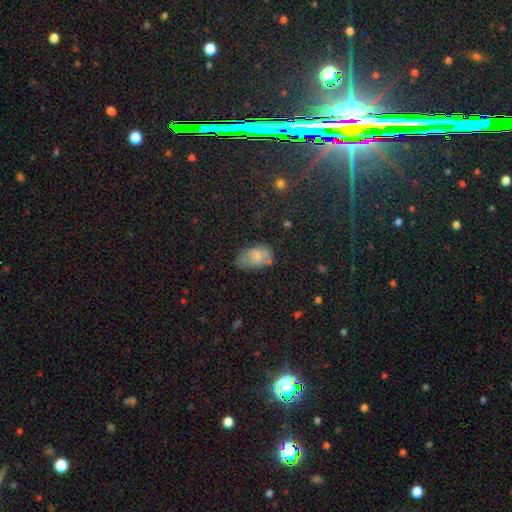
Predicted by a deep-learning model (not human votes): Q: Smooth or featured?
A: smooth (60%); runner-up: featured or disk (21%)
Q: How rounded?
A: in between (90%); runner-up: round (8%)
Q: Merging?
A: none (55%); runner-up: minor disturbance (30%)